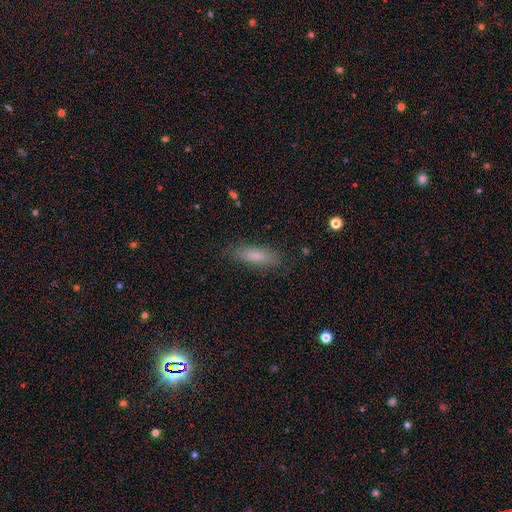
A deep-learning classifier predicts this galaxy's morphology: Smooth or featured: smooth — 77% (featured or disk — 15%)
How rounded: cigar-shaped — 56% (in between — 42%)
Merging: none — 83% (minor disturbance — 12%)